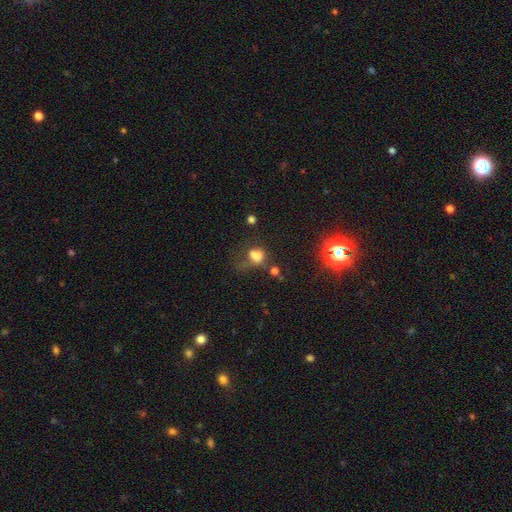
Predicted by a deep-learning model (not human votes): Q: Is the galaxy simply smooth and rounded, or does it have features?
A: smooth — 66%.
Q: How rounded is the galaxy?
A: in between — 63%.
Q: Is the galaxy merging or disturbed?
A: major disturbance — 34%.